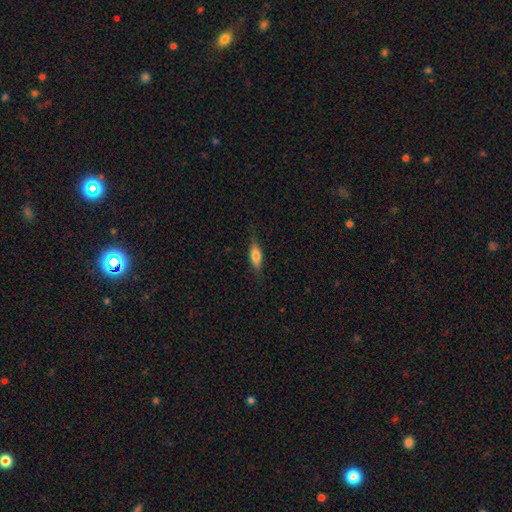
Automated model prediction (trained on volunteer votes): Smooth or featured? Predicted: smooth (p=0.65). How rounded? Predicted: in between (p=0.54). Merging? Predicted: none (p=0.81).